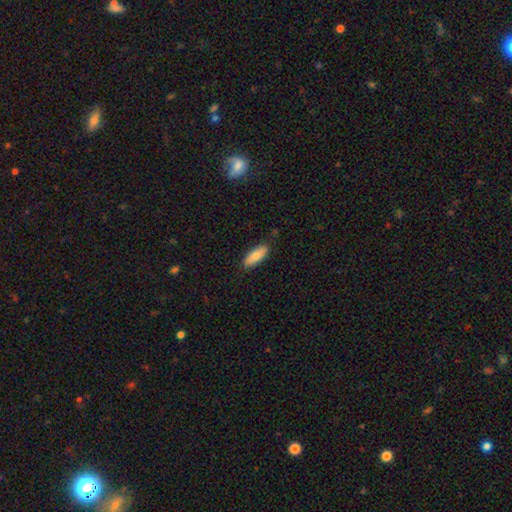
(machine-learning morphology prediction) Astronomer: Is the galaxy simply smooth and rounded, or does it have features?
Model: smooth — 81%.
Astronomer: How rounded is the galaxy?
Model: in between — 70%.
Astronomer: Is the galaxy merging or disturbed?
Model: none — 85%.